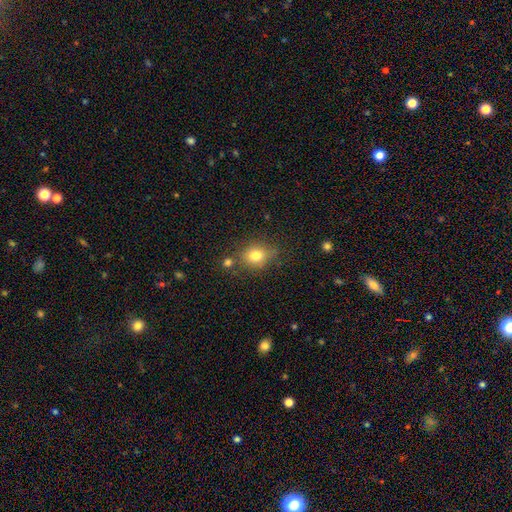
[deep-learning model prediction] A smooth galaxy with no disk features (79%) that is round (63%). Merging: none (70%).